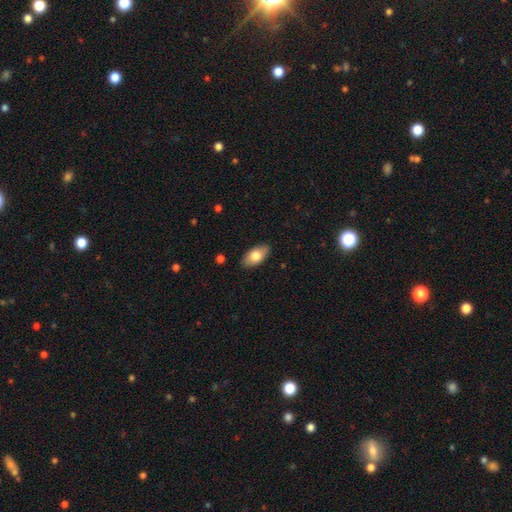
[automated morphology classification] smooth_or_featured: smooth (p=0.77) [alt: featured or disk p=0.17]
how_rounded: in between (p=0.93) [alt: cigar-shaped p=0.04]
merging: none (p=0.87) [alt: minor disturbance p=0.10]